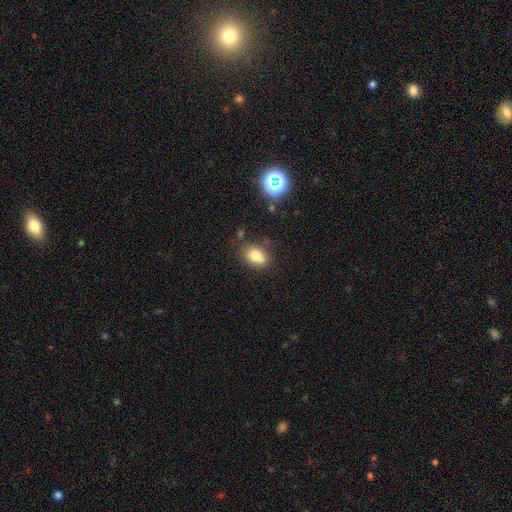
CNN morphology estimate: Q: Smooth or featured?
A: smooth (78%); runner-up: star or artifact (11%)
Q: How rounded?
A: in between (76%); runner-up: round (22%)
Q: Merging?
A: none (71%); runner-up: minor disturbance (17%)